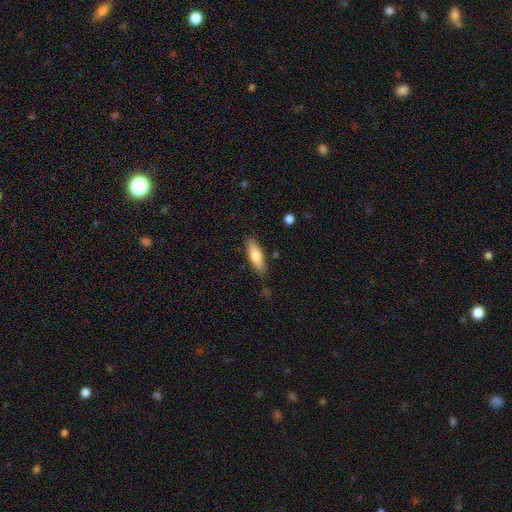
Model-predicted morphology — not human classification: smooth-or-featured: smooth: 71% | featured or disk: 23% | star or artifact: 6%
  how-rounded: in between: 52% | cigar-shaped: 46% | round: 2%
  merging: none: 81% | minor disturbance: 14% | major disturbance: 3% | merger: 2%